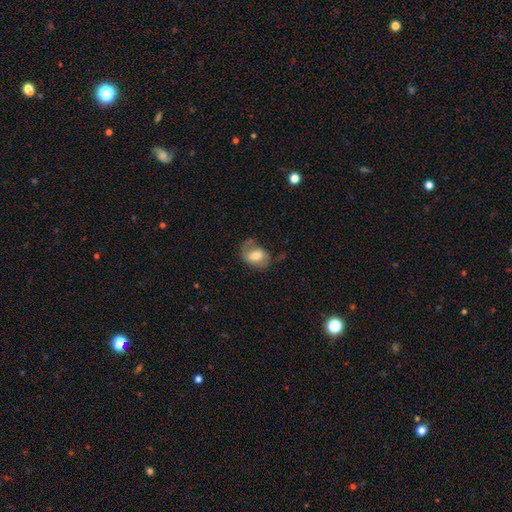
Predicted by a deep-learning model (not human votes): smooth 54%, featured or disk 39%, star or artifact 8%. Down the decision tree: how rounded — in between (72%); merging — none (50%).